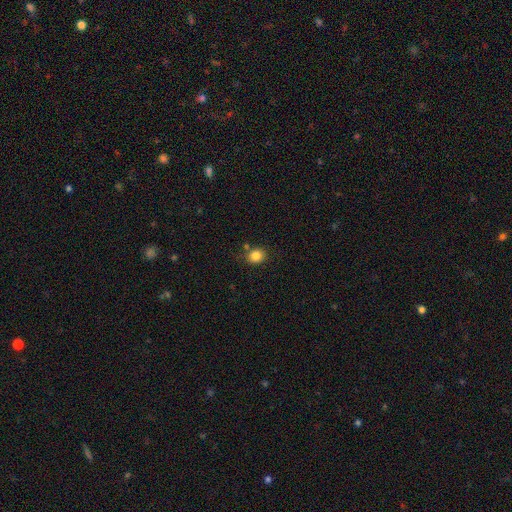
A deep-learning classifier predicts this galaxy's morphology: This appears to be a smooth galaxy with no disk features (84%) that is round (75%). Merging: none (77%).